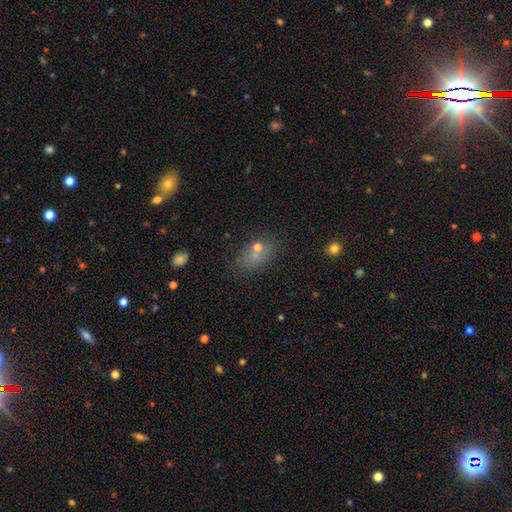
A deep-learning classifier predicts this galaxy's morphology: A smooth galaxy with no disk features (61%) that is in between round and cigar-shaped (72%).

Vote fractions:
- Smooth or featured? smooth: 61% / star or artifact: 24% / featured or disk: 15%
- How rounded? in between: 72% / round: 25% / cigar-shaped: 3%
- Merging? none: 63% / minor disturbance: 17% / merger: 11% / major disturbance: 8%